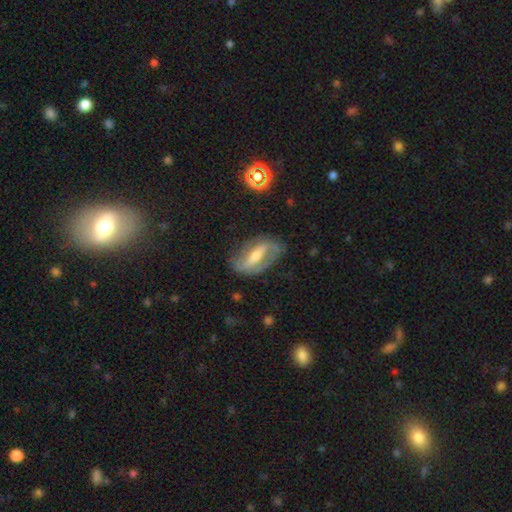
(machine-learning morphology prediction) Q: Smooth or featured?
A: featured or disk (78%); runner-up: smooth (15%)
Q: Edge-on disk?
A: no (90%); runner-up: yes (10%)
Q: Bar?
A: strong (61%); runner-up: weak (26%)
Q: Spiral arms?
A: yes (83%); runner-up: no (17%)
Q: Spiral winding?
A: medium (42%); runner-up: loose (32%)
Q: Spiral arm count?
A: 2 (84%); runner-up: can't tell (8%)
Q: Bulge size?
A: moderate (48%); runner-up: small (35%)
Q: Merging?
A: none (72%); runner-up: minor disturbance (18%)